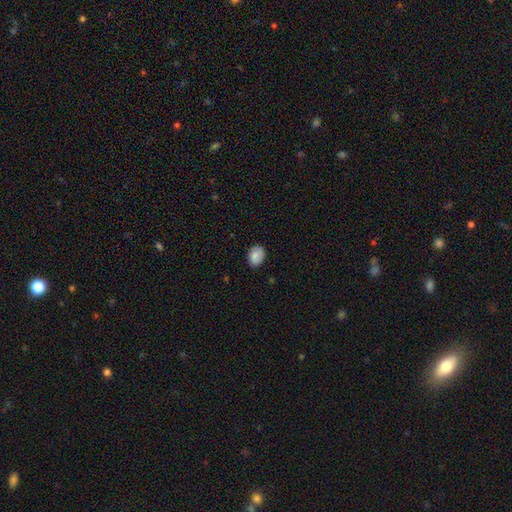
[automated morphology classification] This is clearly a smooth galaxy (84%). How rounded: likely in between (68%). Merging: clearly none (84%).